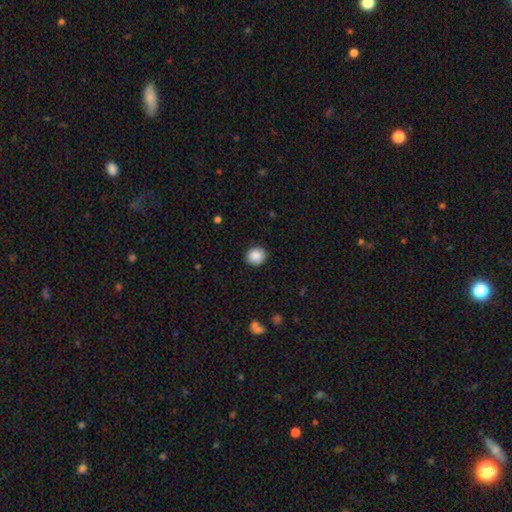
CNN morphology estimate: Overall: smooth (88%). How rounded: round (79%). Merging: none (89%).